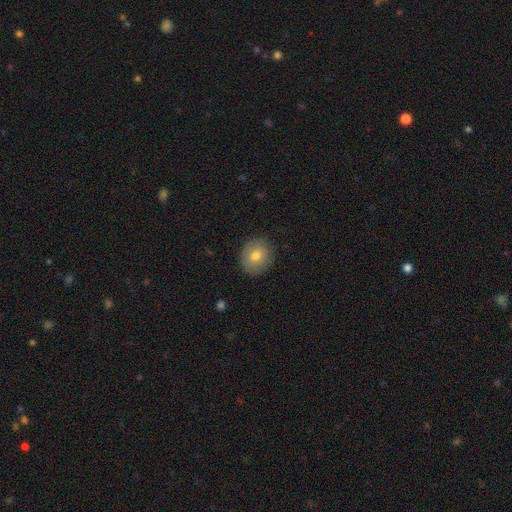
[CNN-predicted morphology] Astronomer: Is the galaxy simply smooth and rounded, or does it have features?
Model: smooth — 75%.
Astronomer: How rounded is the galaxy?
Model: round — 75%.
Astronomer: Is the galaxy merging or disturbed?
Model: none — 88%.